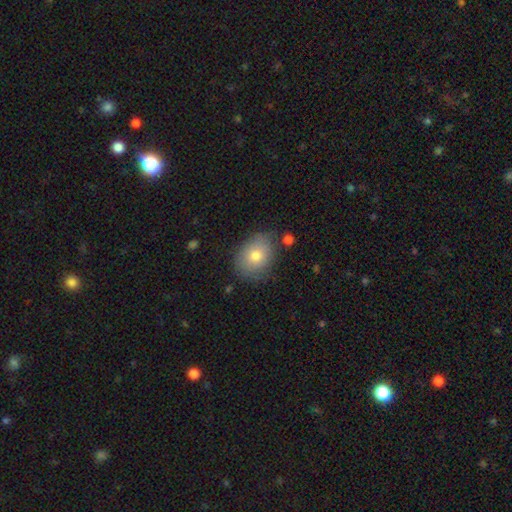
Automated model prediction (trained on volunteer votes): Smooth or featured: smooth — 76% (featured or disk — 15%)
How rounded: in between — 63% (round — 36%)
Merging: none — 75% (minor disturbance — 18%)